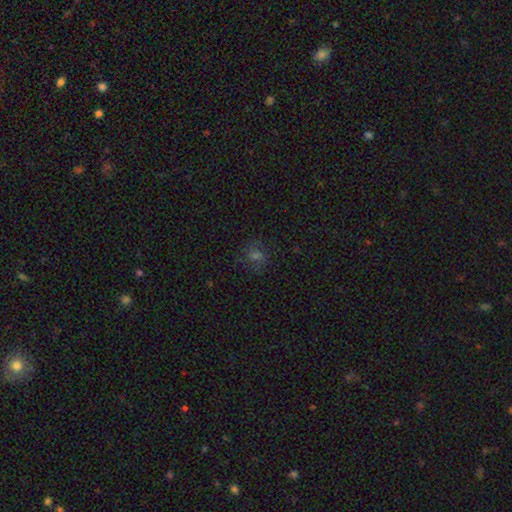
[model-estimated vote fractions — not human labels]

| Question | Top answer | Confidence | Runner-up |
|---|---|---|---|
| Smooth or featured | smooth | 44% | star or artifact (34%) |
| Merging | none | 79% | minor disturbance (13%) |